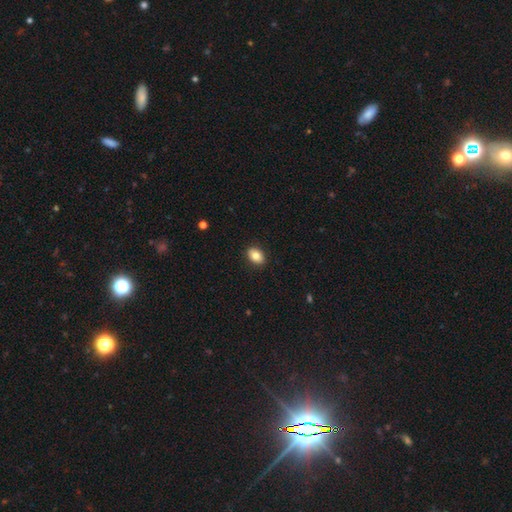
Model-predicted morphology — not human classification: smooth-or-featured: smooth: 83% | featured or disk: 9% | star or artifact: 8%
  how-rounded: in between: 80% | round: 19% | cigar-shaped: 1%
  merging: none: 90% | minor disturbance: 8% | major disturbance: 2% | merger: 1%